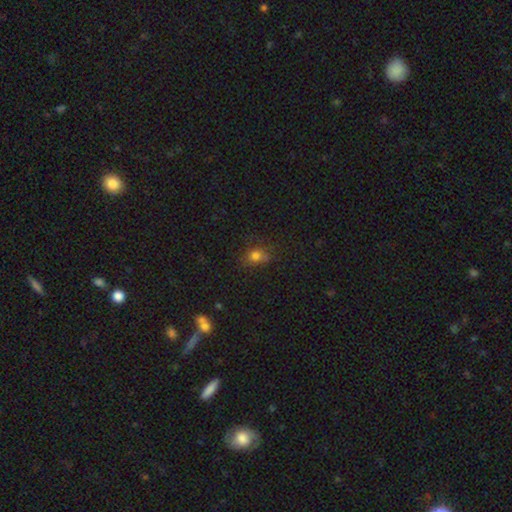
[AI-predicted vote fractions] Morphology: type=smooth (73%); roundness=round (53%); merging=none (63%).